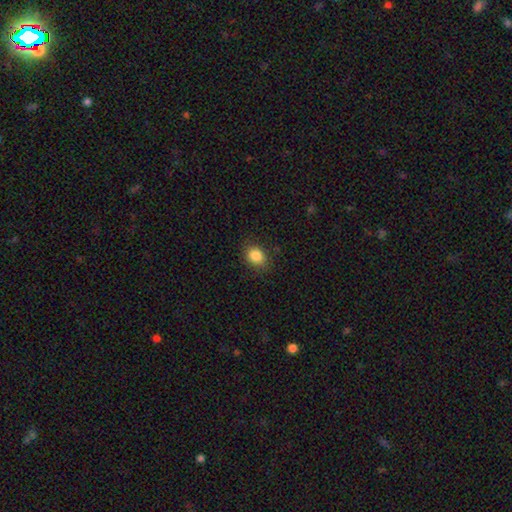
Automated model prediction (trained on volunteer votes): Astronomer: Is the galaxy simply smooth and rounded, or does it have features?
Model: smooth — 86%.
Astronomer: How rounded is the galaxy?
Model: round — 52% (runner-up: in between, 48%).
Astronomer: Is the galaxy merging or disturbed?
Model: none — 85%.